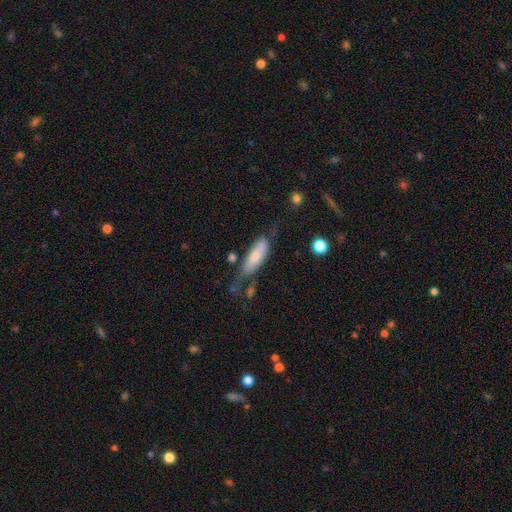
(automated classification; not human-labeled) A smooth galaxy with no disk features (71%) that is in between round and cigar-shaped (60%). Merging: none (46%).